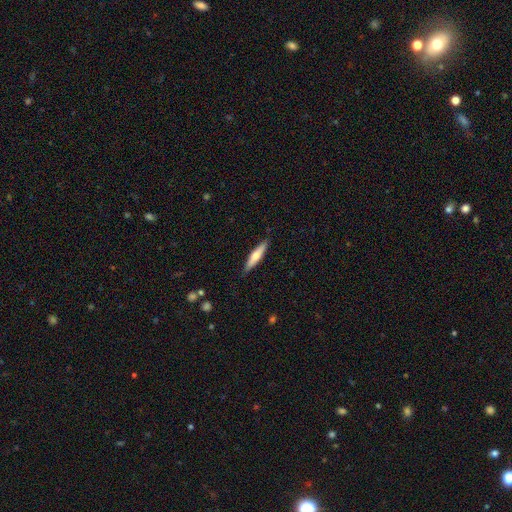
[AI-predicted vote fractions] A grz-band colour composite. It shows a smooth galaxy with no disk features (57%) that is cigar-shaped (84%). Merging: none (88%).